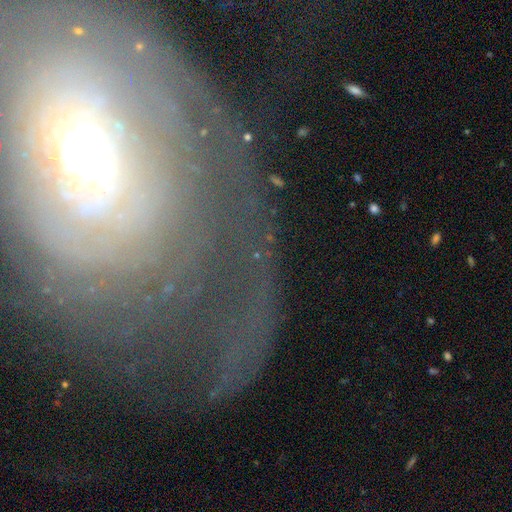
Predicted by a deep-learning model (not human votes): Smooth or featured? Predicted: featured or disk (p=0.68). Edge-on disk? Predicted: no (p=0.90). Bar? Predicted: no (p=0.53). Spiral arms? Predicted: yes (p=0.73). Bulge size? Predicted: moderate (p=0.44). Merging? Predicted: none (p=0.56).